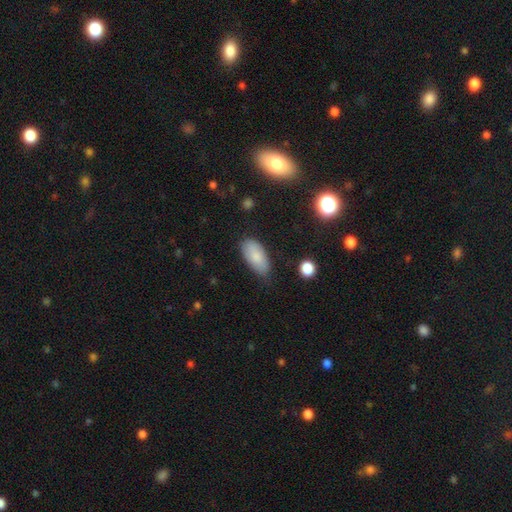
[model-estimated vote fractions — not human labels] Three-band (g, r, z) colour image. It shows a smooth galaxy with no disk features (82%) that is in between round and cigar-shaped (92%). Merging: none (74%).